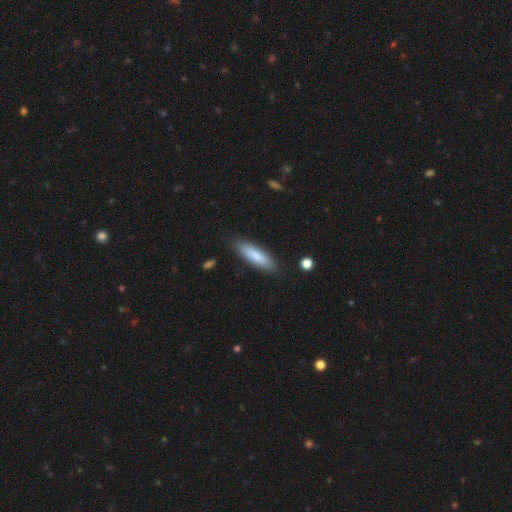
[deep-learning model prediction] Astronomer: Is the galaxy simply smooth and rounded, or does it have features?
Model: smooth — 82%.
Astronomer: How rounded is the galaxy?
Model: cigar-shaped — 63%.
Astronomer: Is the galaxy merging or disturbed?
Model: none — 85%.